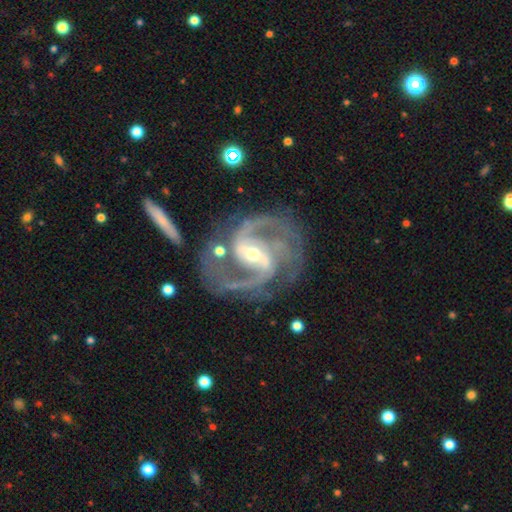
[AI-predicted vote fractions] Morphology: type=featured or disk (93%); edge-on=no (98%); bar=strong (46%); spiral arms=yes (99%); winding=medium (63%); arm count=2 (75%); bulge=small (51%); merging=none (68%).